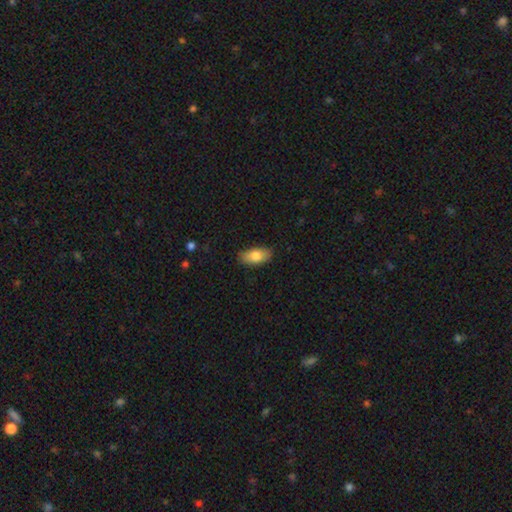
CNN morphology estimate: Smooth or featured? smooth (80%)
How rounded? in between (89%)
Merging? none (85%)